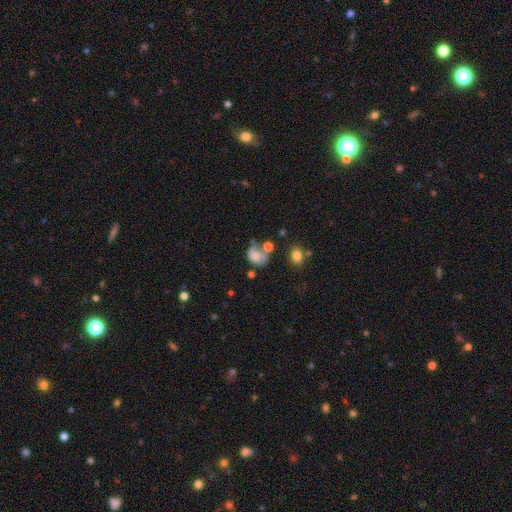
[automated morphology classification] smooth 65%, featured or disk 23%, star or artifact 12%. Down the decision tree: how rounded — in between (61%); merging — none (26%, tied with major disturbance).